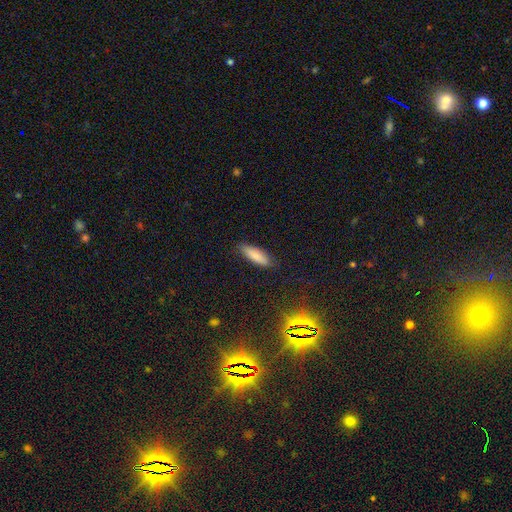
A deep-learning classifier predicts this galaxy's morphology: Smooth or featured: smooth — 80% (featured or disk — 12%)
How rounded: cigar-shaped — 50% (in between — 49%)
Merging: none — 83% (minor disturbance — 13%)